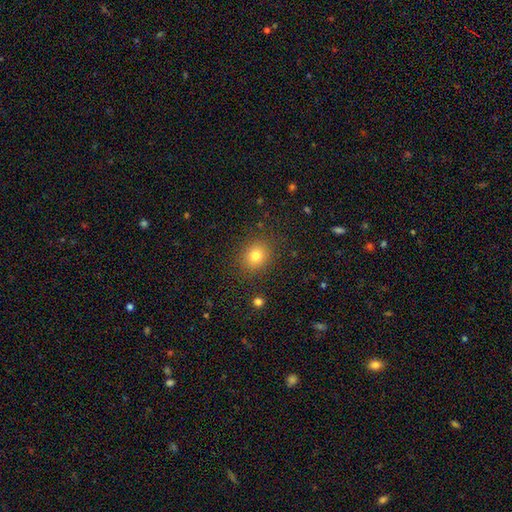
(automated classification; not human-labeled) Q: Smooth or featured?
A: smooth (80%); runner-up: star or artifact (13%)
Q: How rounded?
A: round (72%); runner-up: in between (28%)
Q: Merging?
A: none (86%); runner-up: minor disturbance (9%)